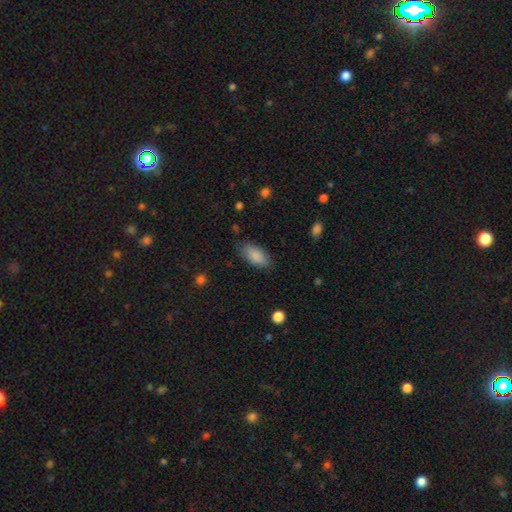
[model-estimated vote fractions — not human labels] smooth_or_featured: smooth (p=0.88) [alt: star or artifact p=0.06]
how_rounded: in between (p=0.90) [alt: cigar-shaped p=0.08]
merging: none (p=0.82) [alt: minor disturbance p=0.13]